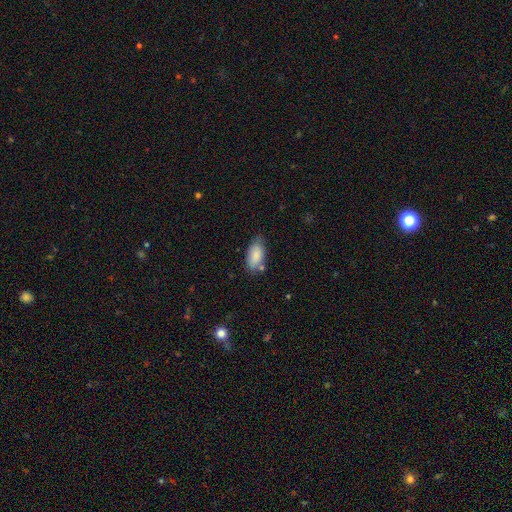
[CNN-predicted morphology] A smooth galaxy with no disk features (85%) that is in between round and cigar-shaped (93%).

Vote fractions:
- Smooth or featured? smooth: 85% / featured or disk: 8% / star or artifact: 7%
- How rounded? in between: 93% / cigar-shaped: 4% / round: 3%
- Merging? none: 65% / minor disturbance: 24% / merger: 6% / major disturbance: 5%